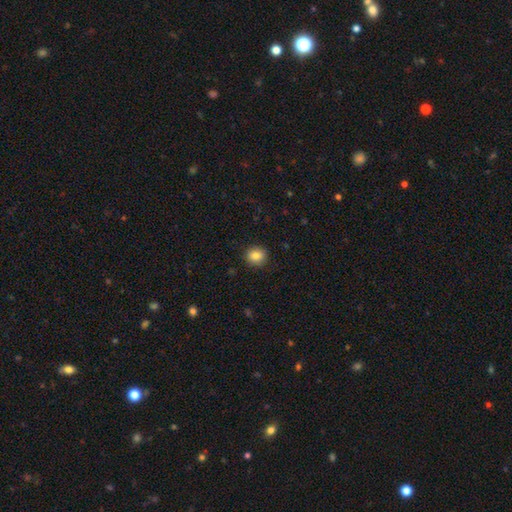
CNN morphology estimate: A smooth galaxy with no disk features (84%) that is round (76%).

Vote fractions:
- Smooth or featured? smooth: 84% / star or artifact: 10% / featured or disk: 6%
- How rounded? round: 76% / in between: 23% / cigar-shaped: 1%
- Merging? none: 90% / minor disturbance: 7% / major disturbance: 2% / merger: 1%